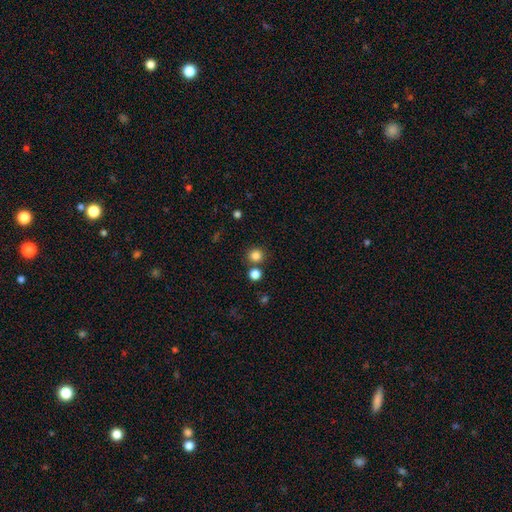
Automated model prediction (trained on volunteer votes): A smooth galaxy with no disk features (83%) that is round (91%). Merging: none (81%).